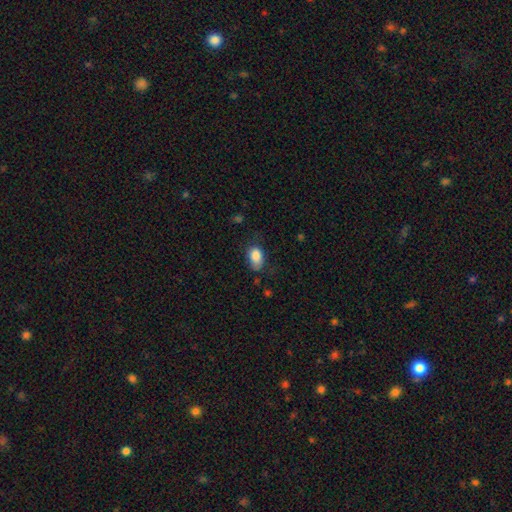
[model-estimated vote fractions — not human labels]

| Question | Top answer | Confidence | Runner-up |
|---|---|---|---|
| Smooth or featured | smooth | 85% | star or artifact (8%) |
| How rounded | in between | 86% | round (13%) |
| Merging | none | 59% | minor disturbance (29%) |